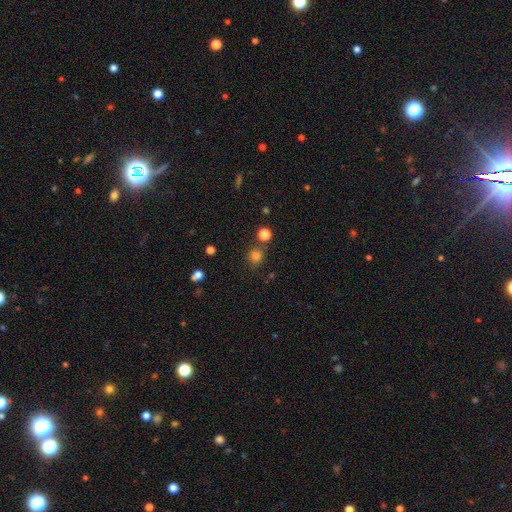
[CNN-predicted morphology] A smooth galaxy with no disk features (79%) that is round (89%).

Vote fractions:
- Smooth or featured? smooth: 79% / star or artifact: 16% / featured or disk: 5%
- How rounded? round: 89% / in between: 10% / cigar-shaped: 1%
- Merging? none: 78% / minor disturbance: 9% / merger: 9% / major disturbance: 4%